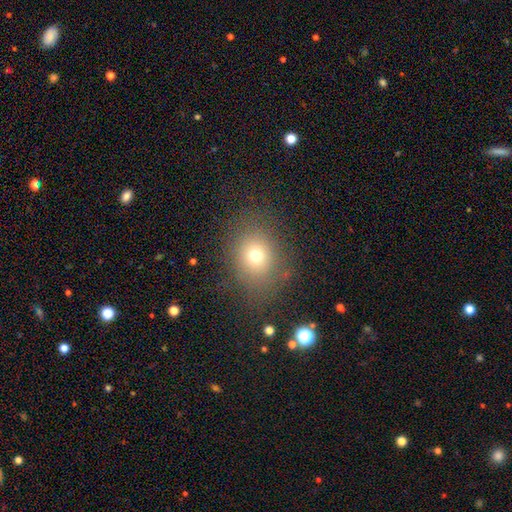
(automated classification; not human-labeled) The model was most divided on "how rounded": round: 65%, in between: 34%, cigar-shaped: 1%. More confident: merging — none (77%); smooth or featured — smooth (70%).